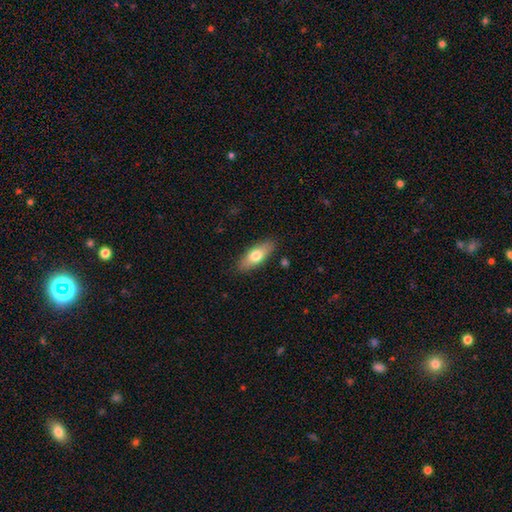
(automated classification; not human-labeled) Smooth or featured? Predicted: smooth (p=0.71). How rounded? Predicted: in between (p=0.73). Merging? Predicted: none (p=0.86).